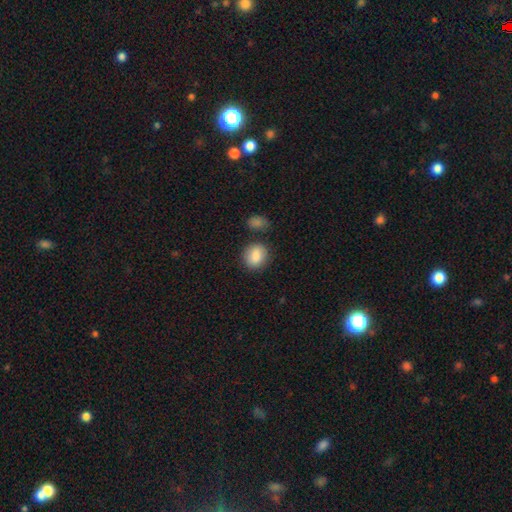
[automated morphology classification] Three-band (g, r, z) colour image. It shows a smooth galaxy with no disk features (87%) that is round (63%). Merging: none (75%).